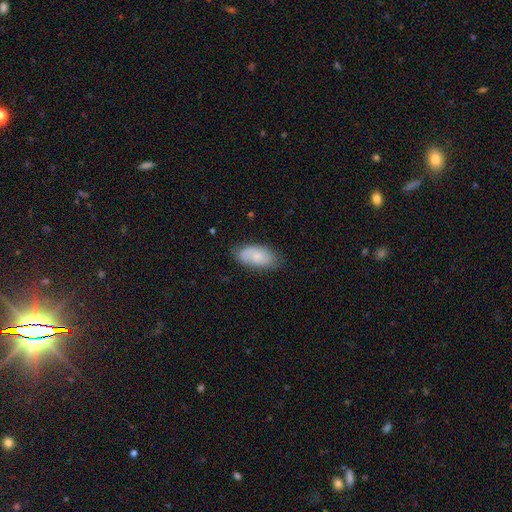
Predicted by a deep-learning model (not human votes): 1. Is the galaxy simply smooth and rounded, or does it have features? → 62% smooth, 31% featured or disk, 7% star or artifact.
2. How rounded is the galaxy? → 93% in between, 3% round, 3% cigar-shaped.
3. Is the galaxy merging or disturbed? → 69% none, 23% minor disturbance, 6% major disturbance, 2% merger.